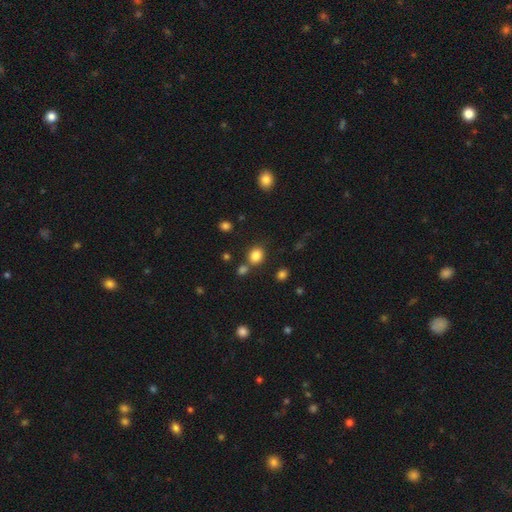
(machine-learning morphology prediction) Smooth or featured? Predicted: smooth (p=0.83). How rounded? Predicted: round (p=0.71). Merging? Predicted: none (p=0.74).